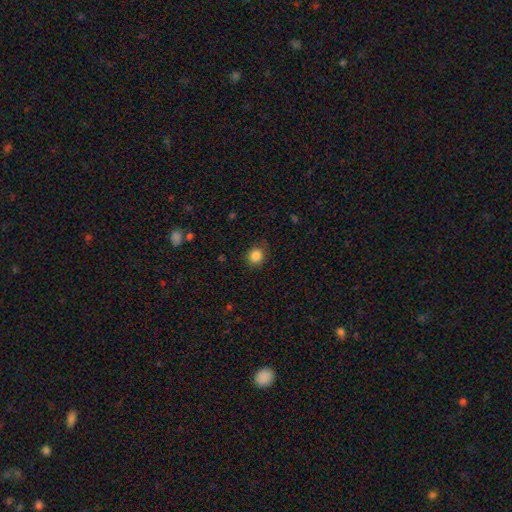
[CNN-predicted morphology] Smooth or featured?
  - smooth: 86% *
  - star or artifact: 11%
  - featured or disk: 4%
How rounded?
  - round: 83% *
  - in between: 16%
  - cigar-shaped: 1%
Merging?
  - none: 84% *
  - minor disturbance: 12%
  - major disturbance: 3%
  - merger: 1%